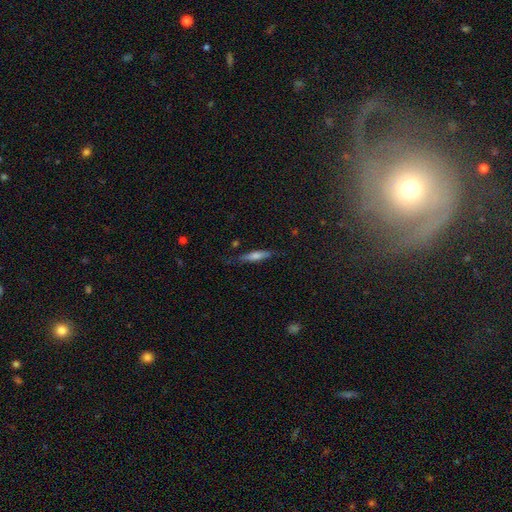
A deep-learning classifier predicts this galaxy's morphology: Smooth or featured? smooth (48%)
Merging? none (82%)